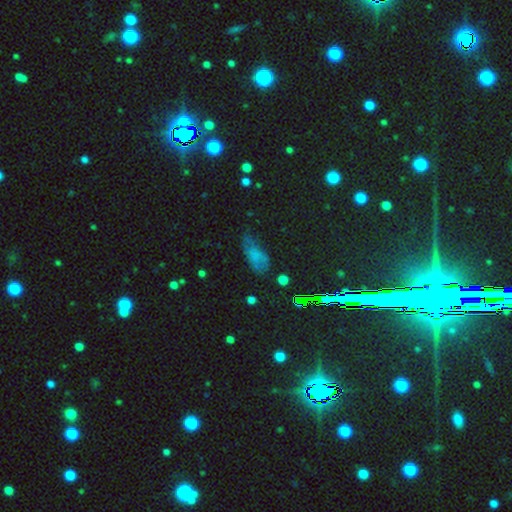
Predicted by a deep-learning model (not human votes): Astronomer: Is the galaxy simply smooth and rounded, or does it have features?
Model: smooth — 54%.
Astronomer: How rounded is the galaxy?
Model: in between — 84%.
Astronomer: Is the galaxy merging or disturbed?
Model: none — 49% (runner-up: minor disturbance, 31%).